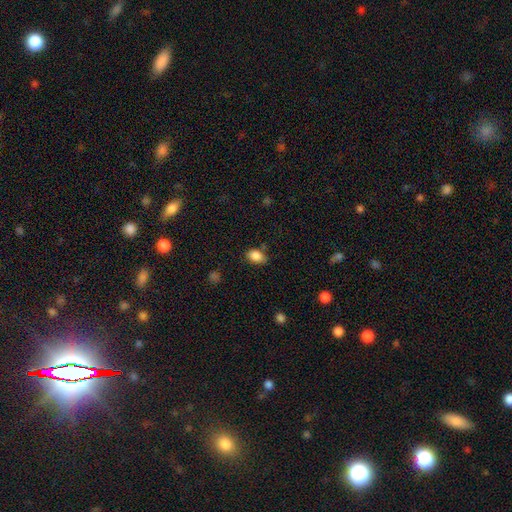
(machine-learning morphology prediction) smooth_or_featured: smooth (p=0.86) [alt: star or artifact p=0.09]
how_rounded: in between (p=0.82) [alt: round p=0.17]
merging: none (p=0.73) [alt: minor disturbance p=0.19]